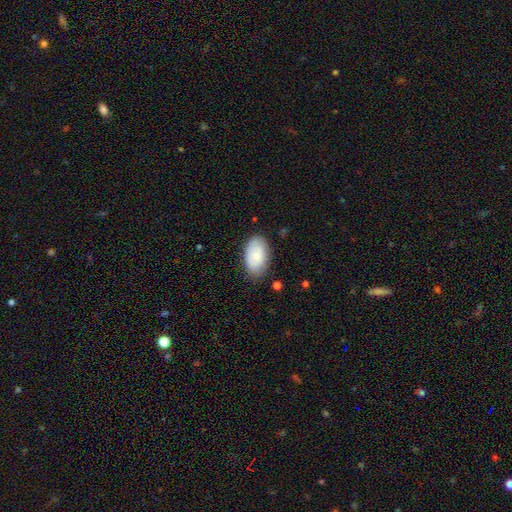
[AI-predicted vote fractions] Q: Smooth or featured?
A: smooth (78%); runner-up: featured or disk (15%)
Q: How rounded?
A: in between (94%); runner-up: round (5%)
Q: Merging?
A: none (77%); runner-up: minor disturbance (18%)